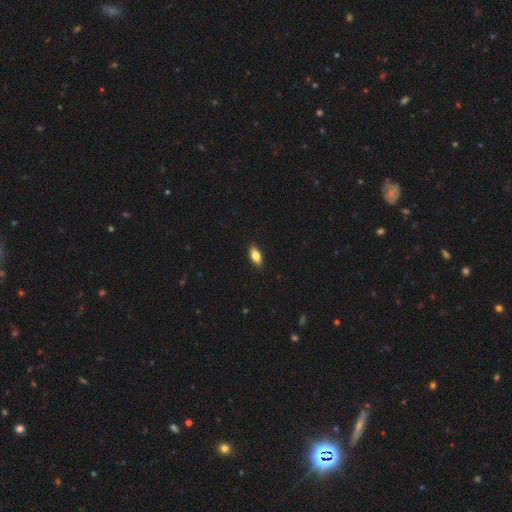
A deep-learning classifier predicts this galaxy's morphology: The model was most divided on "smooth or featured": smooth: 78%, featured or disk: 15%, star or artifact: 7%. More confident: merging — none (89%); how rounded — in between (83%).